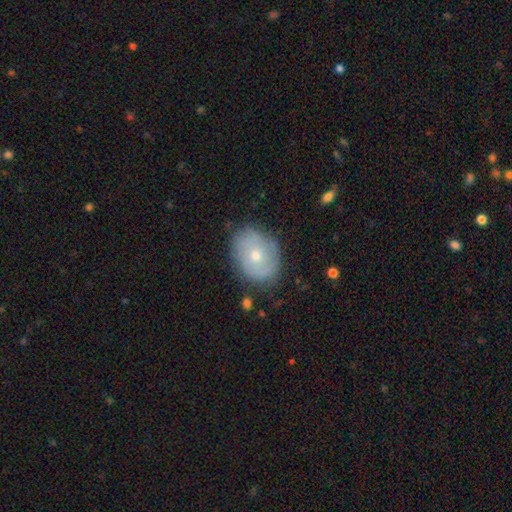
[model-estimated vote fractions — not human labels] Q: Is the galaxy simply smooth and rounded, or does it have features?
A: smooth — 47%.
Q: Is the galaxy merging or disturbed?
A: none — 75%.